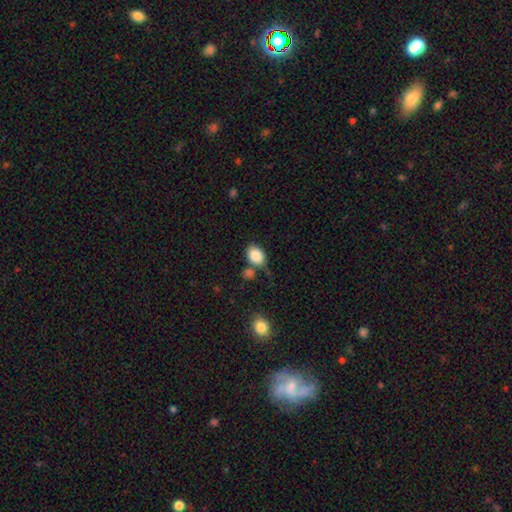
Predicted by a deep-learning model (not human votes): Smooth or featured? smooth (86%)
How rounded? in between (71%)
Merging? none (60%)